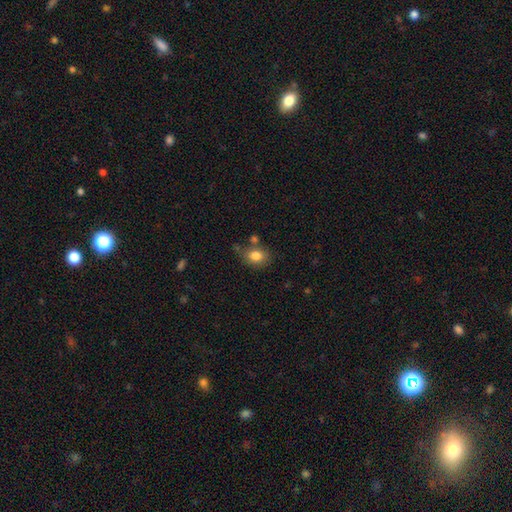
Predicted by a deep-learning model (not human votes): smooth-or-featured: smooth: 82% | star or artifact: 9% | featured or disk: 9%
  how-rounded: in between: 60% | round: 39% | cigar-shaped: 1%
  merging: none: 65% | minor disturbance: 19% | merger: 11% | major disturbance: 5%